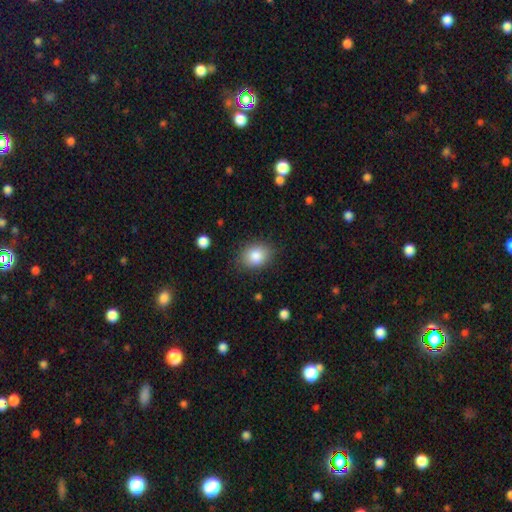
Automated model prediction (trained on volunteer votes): Smooth or featured: smooth — 85% (star or artifact — 8%)
How rounded: in between — 54% (round — 45%)
Merging: none — 82% (minor disturbance — 13%)